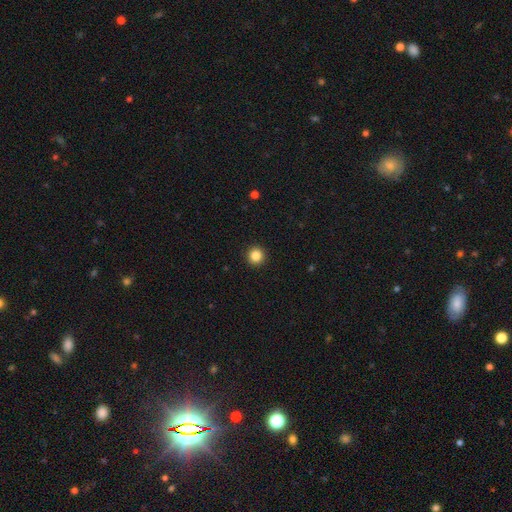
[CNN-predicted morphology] Q: Smooth or featured?
A: smooth (85%); runner-up: star or artifact (11%)
Q: How rounded?
A: round (95%); runner-up: in between (4%)
Q: Merging?
A: none (93%); runner-up: minor disturbance (4%)